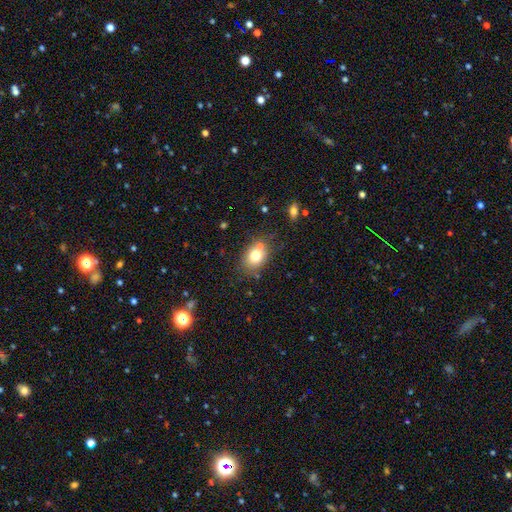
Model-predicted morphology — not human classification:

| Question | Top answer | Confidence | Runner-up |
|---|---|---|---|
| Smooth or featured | smooth | 75% | featured or disk (14%) |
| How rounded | in between | 59% | round (40%) |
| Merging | none | 65% | merger (16%) |